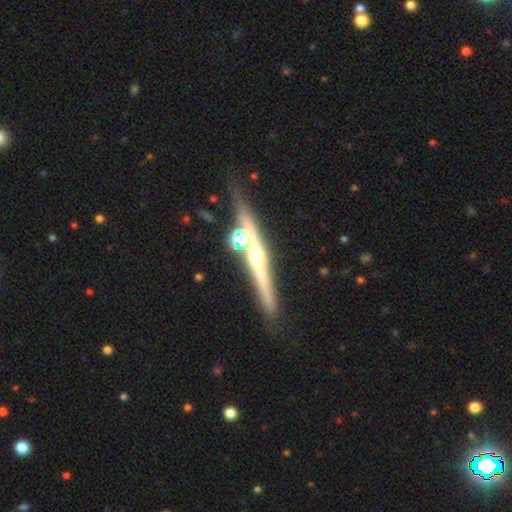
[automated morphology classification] smooth_or_featured: featured or disk (p=0.68) [alt: smooth p=0.21]
disk_edge_on: yes (p=0.94) [alt: no p=0.06]
edge_on_bulge: rounded (p=0.87) [alt: none p=0.08]
merging: none (p=0.73) [alt: merger p=0.13]